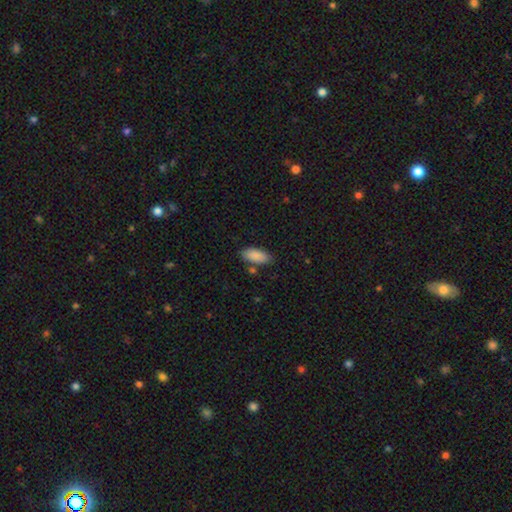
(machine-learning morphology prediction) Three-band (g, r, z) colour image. It shows a smooth galaxy with no disk features (88%) that is in between round and cigar-shaped (86%). Merging: none (79%).